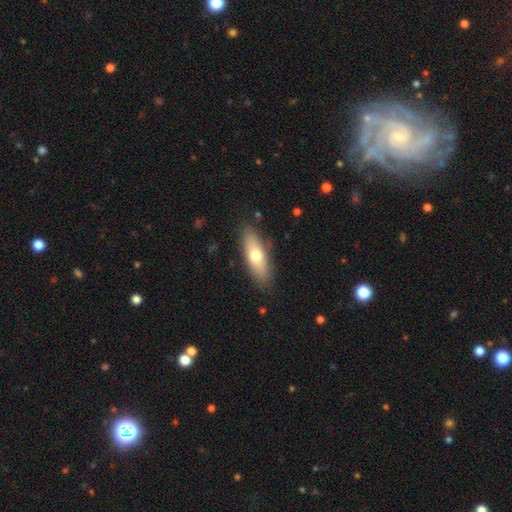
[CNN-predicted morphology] A smooth galaxy with no disk features (65%) that is in between round and cigar-shaped (60%). Merging: none (84%).